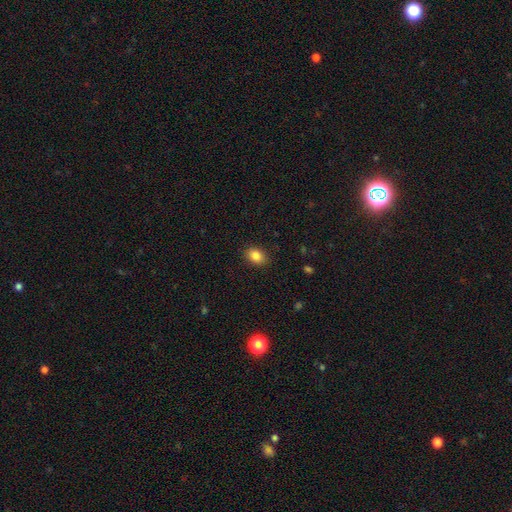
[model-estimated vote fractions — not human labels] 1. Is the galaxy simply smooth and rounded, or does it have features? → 85% smooth, 9% star or artifact, 6% featured or disk.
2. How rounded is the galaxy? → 71% in between, 28% round, 1% cigar-shaped.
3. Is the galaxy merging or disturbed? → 88% none, 9% minor disturbance, 2% major disturbance, 1% merger.